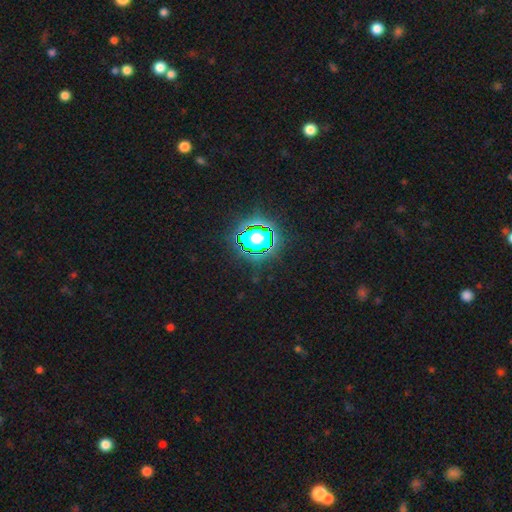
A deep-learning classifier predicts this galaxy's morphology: The model was most divided on "smooth or featured": star or artifact: 80%, smooth: 13%, featured or disk: 7%.